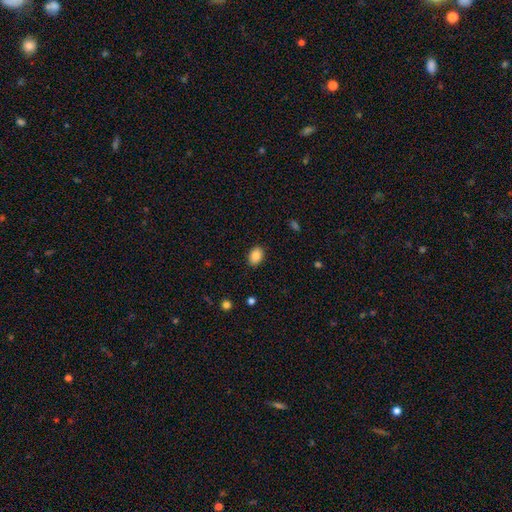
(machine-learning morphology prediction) smooth 86%, star or artifact 8%, featured or disk 6%. Down the decision tree: how rounded — in between (81%); merging — none (88%).